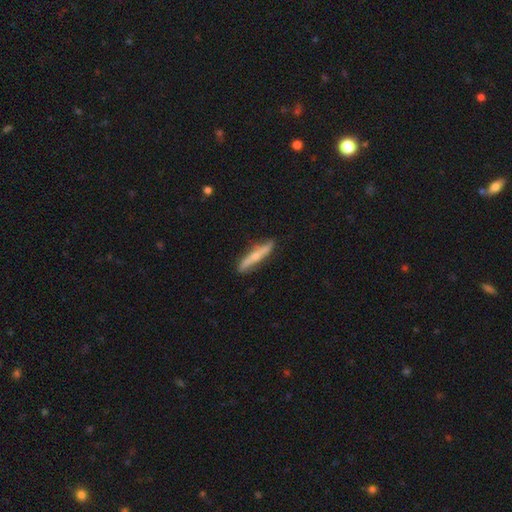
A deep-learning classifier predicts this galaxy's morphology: smooth-or-featured: featured or disk: 56% | smooth: 38% | star or artifact: 6%
  disk-edge-on: yes: 75% | no: 25%
  merging: none: 81% | minor disturbance: 15% | major disturbance: 3% | merger: 2%